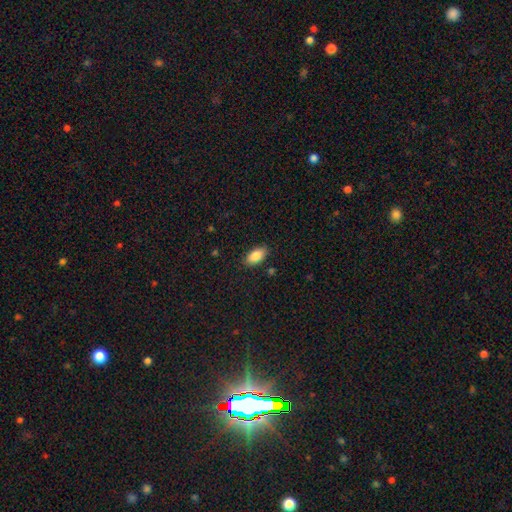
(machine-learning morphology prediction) The model was most divided on "merging": none: 86%, minor disturbance: 10%, major disturbance: 2%, merger: 1%. More confident: how rounded — in between (93%); smooth or featured — smooth (86%).